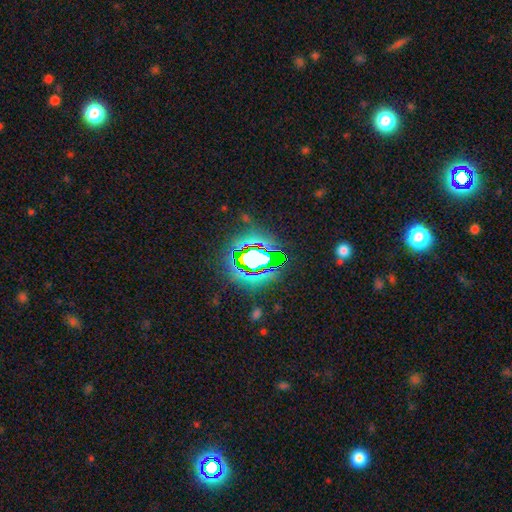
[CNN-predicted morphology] Smooth or featured? Predicted: star or artifact (p=0.75).